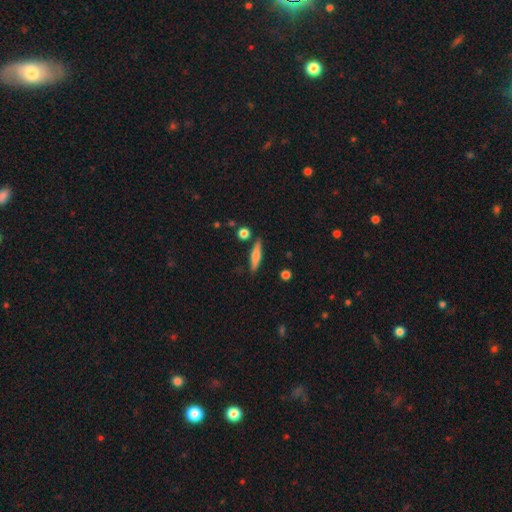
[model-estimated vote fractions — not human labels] Smooth or featured: smooth — 63% (featured or disk — 31%)
How rounded: cigar-shaped — 80% (in between — 18%)
Merging: none — 83% (minor disturbance — 11%)